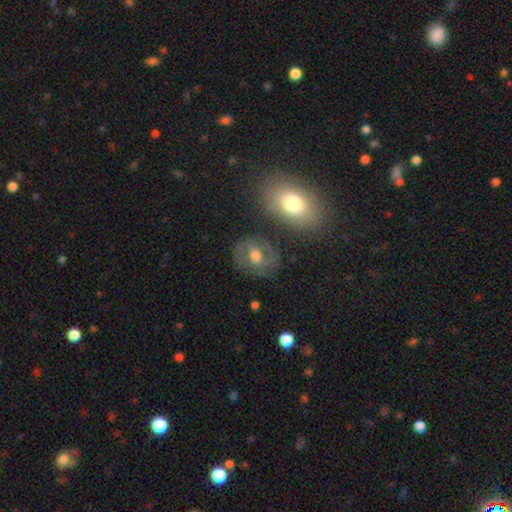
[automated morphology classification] Q: Smooth or featured?
A: featured or disk (54%); runner-up: smooth (37%)
Q: Edge-on disk?
A: no (95%); runner-up: yes (5%)
Q: Bar?
A: no (47%); runner-up: weak (40%)
Q: Spiral arms?
A: yes (57%); runner-up: no (43%)
Q: Bulge size?
A: moderate (67%); runner-up: large (17%)
Q: Merging?
A: none (76%); runner-up: minor disturbance (14%)